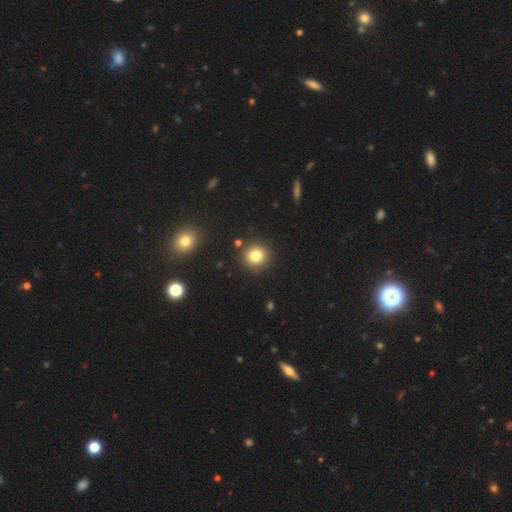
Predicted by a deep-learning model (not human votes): Q: Smooth or featured?
A: smooth (81%); runner-up: star or artifact (12%)
Q: How rounded?
A: round (92%); runner-up: in between (7%)
Q: Merging?
A: none (89%); runner-up: minor disturbance (6%)